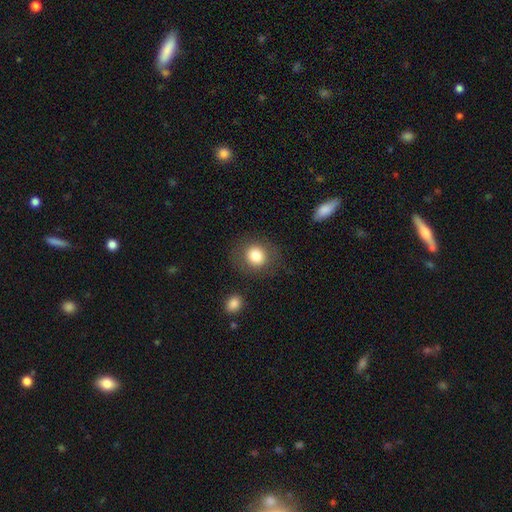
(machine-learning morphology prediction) This appears to be a smooth galaxy with no disk features (81%) that is round (80%). Merging: none (82%).